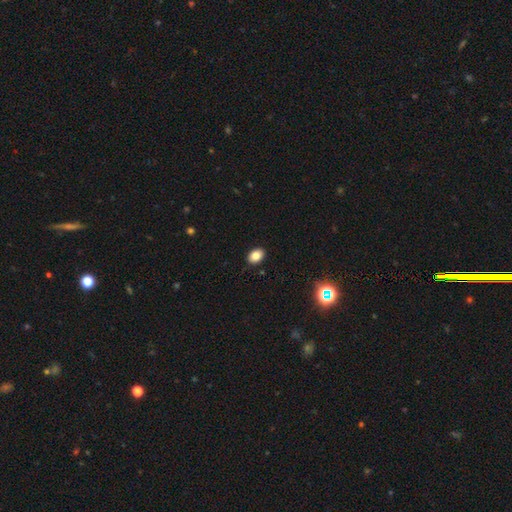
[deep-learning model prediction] smooth 83%, star or artifact 10%, featured or disk 6%. Down the decision tree: how rounded — in between (77%); merging — none (89%).